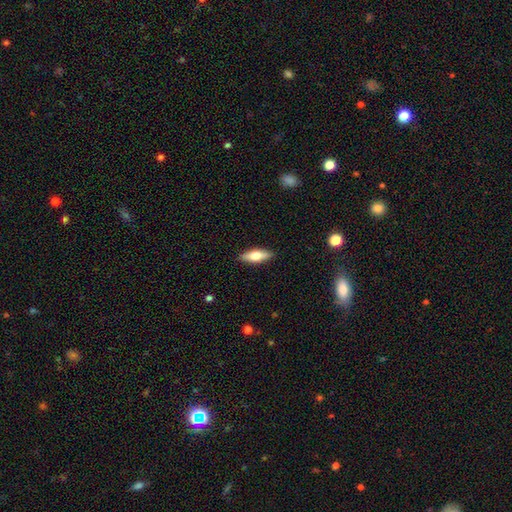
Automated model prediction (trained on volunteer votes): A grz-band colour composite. It shows a smooth galaxy with no disk features (62%) that is in between round and cigar-shaped (55%). Merging: none (89%).